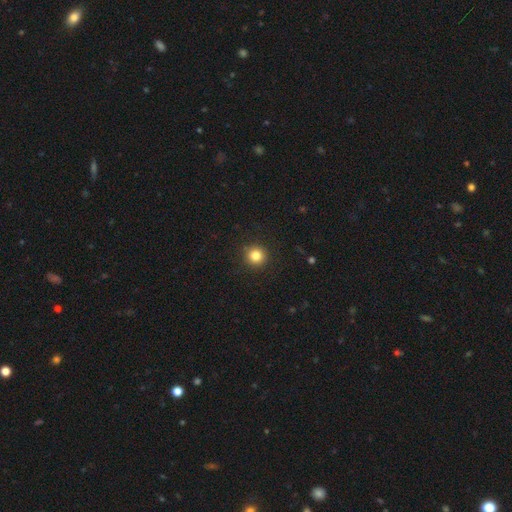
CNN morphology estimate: Smooth or featured?
  - smooth: 83% *
  - star or artifact: 12%
  - featured or disk: 5%
How rounded?
  - round: 94% *
  - in between: 5%
  - cigar-shaped: 1%
Merging?
  - none: 92% *
  - minor disturbance: 6%
  - major disturbance: 2%
  - merger: 1%